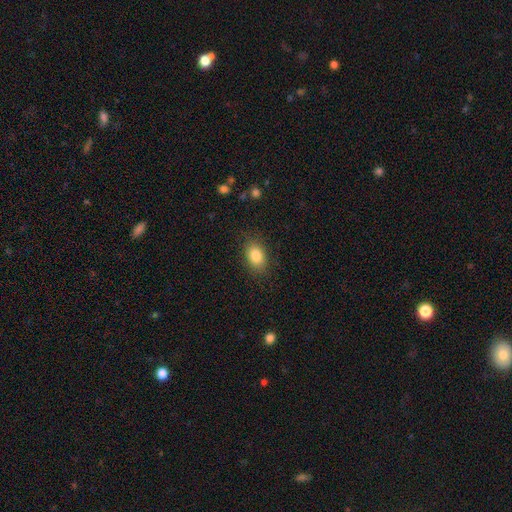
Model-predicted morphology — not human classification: A smooth galaxy with no disk features (84%) that is in between round and cigar-shaped (80%).

Vote fractions:
- Smooth or featured? smooth: 84% / star or artifact: 9% / featured or disk: 7%
- How rounded? in between: 80% / round: 19% / cigar-shaped: 1%
- Merging? none: 85% / minor disturbance: 11% / major disturbance: 3% / merger: 1%